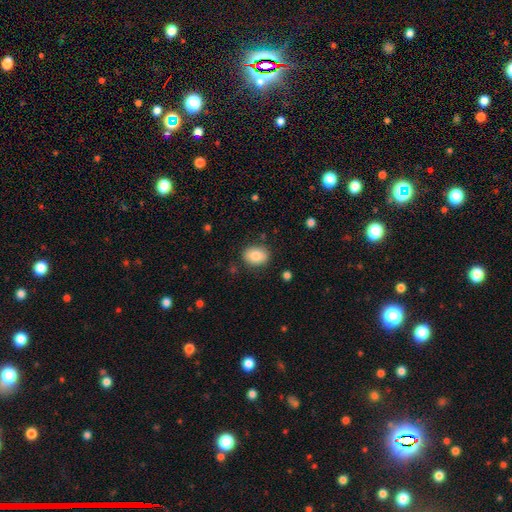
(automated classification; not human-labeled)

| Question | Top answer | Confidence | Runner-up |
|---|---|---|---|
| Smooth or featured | smooth | 83% | featured or disk (10%) |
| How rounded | in between | 60% | round (39%) |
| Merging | none | 84% | minor disturbance (11%) |